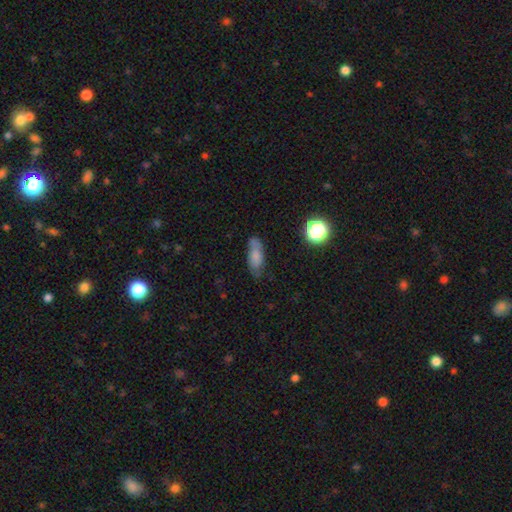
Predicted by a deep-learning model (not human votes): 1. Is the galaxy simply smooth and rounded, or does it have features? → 70% smooth, 20% featured or disk, 10% star or artifact.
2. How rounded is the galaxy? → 73% in between, 22% cigar-shaped, 4% round.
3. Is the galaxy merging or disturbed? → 63% none, 27% minor disturbance, 8% major disturbance, 3% merger.